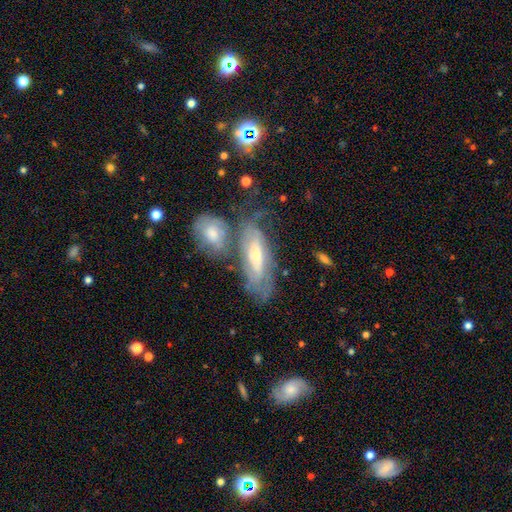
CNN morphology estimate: A featured or disk galaxy (70%) with no bar (48%), spiral arms (81%) and a moderate central bulge (47%).

Vote fractions:
- Smooth or featured? featured or disk: 70% / smooth: 24% / star or artifact: 6%
- Edge-on disk? no: 80% / yes: 20%
- Bar? no: 48% / weak: 36% / strong: 16%
- Spiral arms? yes: 81% / no: 19%
- Bulge size? moderate: 47% / small: 41% / large: 7% / none: 3% / dominant: 1%
- Merging? none: 48% / merger: 24% / minor disturbance: 18% / major disturbance: 10%